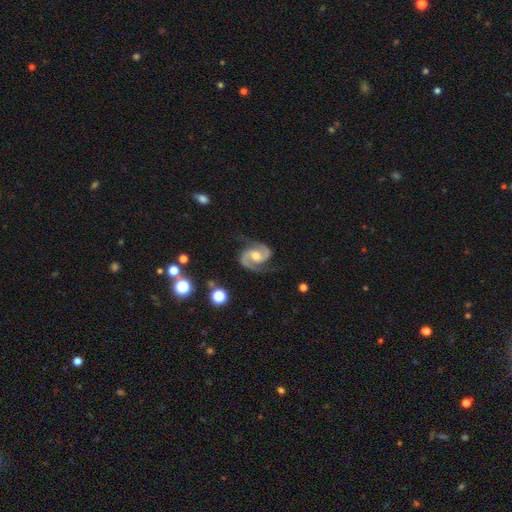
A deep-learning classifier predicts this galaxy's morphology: A featured or disk galaxy (91%) with a weak bar (43%), 2 (94%) medium (60%) spiral arms (98%) and a moderate central bulge (66%). Merging: none (78%).